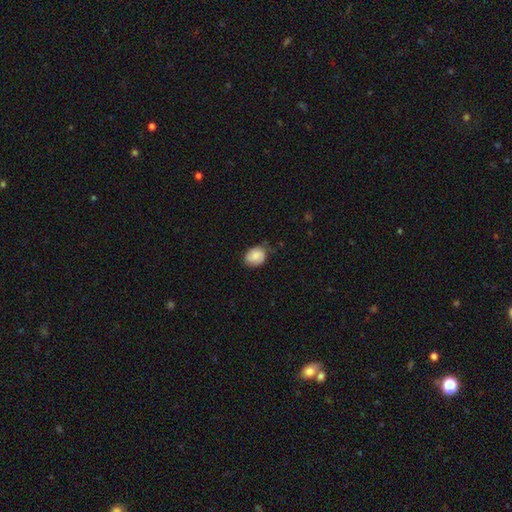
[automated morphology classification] smooth 76%, featured or disk 17%, star or artifact 8%. Down the decision tree: how rounded — in between (50%); merging — none (65%).